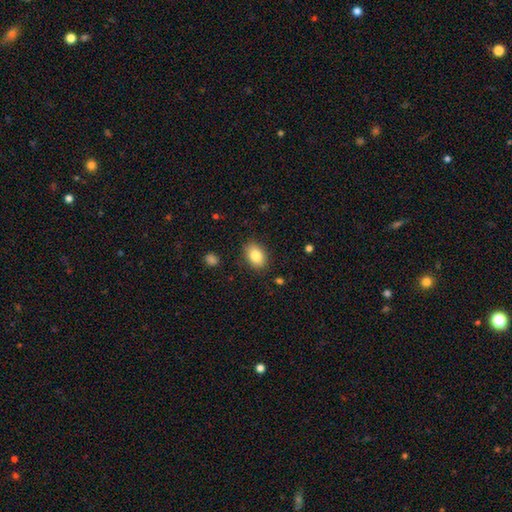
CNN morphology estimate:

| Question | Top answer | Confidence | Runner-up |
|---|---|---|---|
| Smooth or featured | smooth | 84% | featured or disk (8%) |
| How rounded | in between | 79% | round (20%) |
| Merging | none | 86% | minor disturbance (10%) |